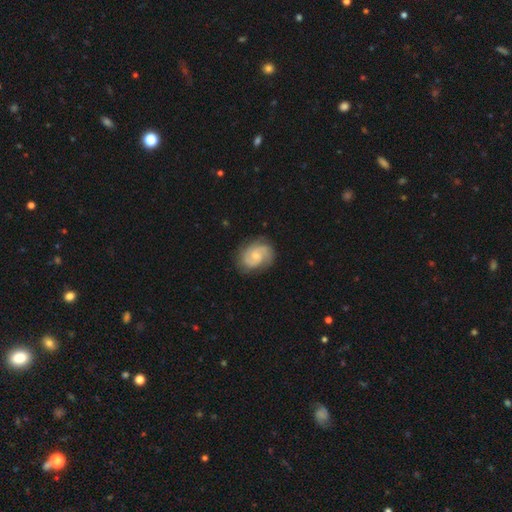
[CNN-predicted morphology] Smooth or featured: featured or disk — 83% (smooth — 12%)
Edge-on disk: no — 98% (yes — 2%)
Bar: no — 56% (weak — 39%)
Spiral arms: yes — 97% (no — 3%)
Spiral winding: medium — 45% (tight — 44%)
Spiral arm count: 2 — 82% (can't tell — 7%)
Bulge size: small — 56% (moderate — 33%)
Merging: none — 79% (minor disturbance — 15%)